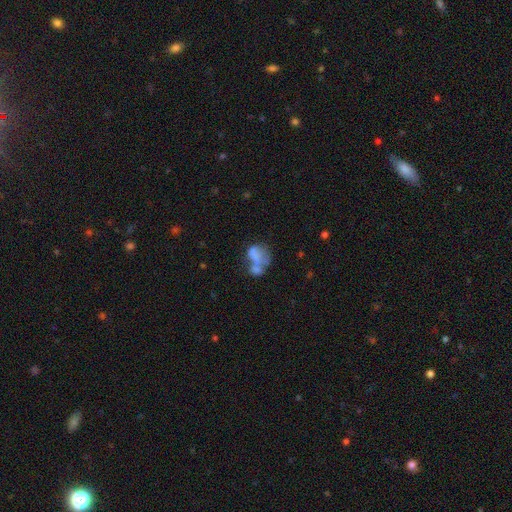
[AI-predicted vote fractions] Smooth or featured? smooth (56%)
How rounded? in between (68%)
Merging? merger (49%)